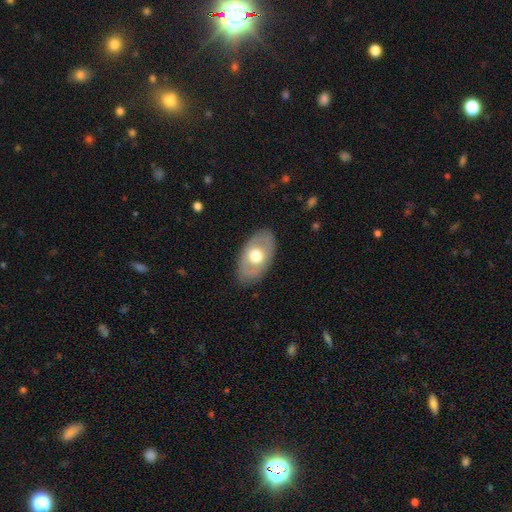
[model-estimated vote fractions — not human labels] This appears to be a smooth galaxy with no disk features (50%) that is in between round and cigar-shaped (90%). Merging: none (83%).